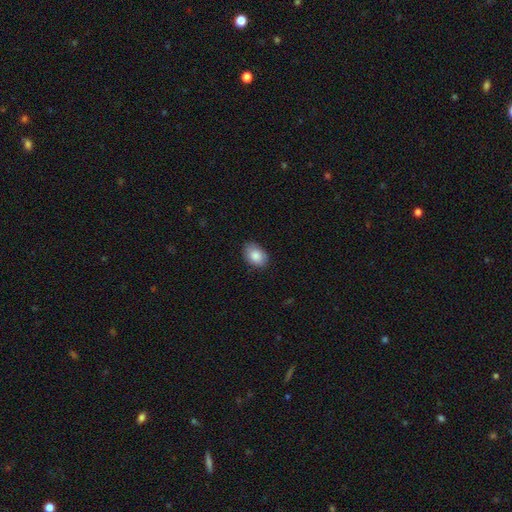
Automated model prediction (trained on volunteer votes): smooth-or-featured: smooth: 86% | star or artifact: 7% | featured or disk: 7%
  how-rounded: in between: 83% | round: 16% | cigar-shaped: 1%
  merging: none: 83% | minor disturbance: 14% | major disturbance: 2% | merger: 1%